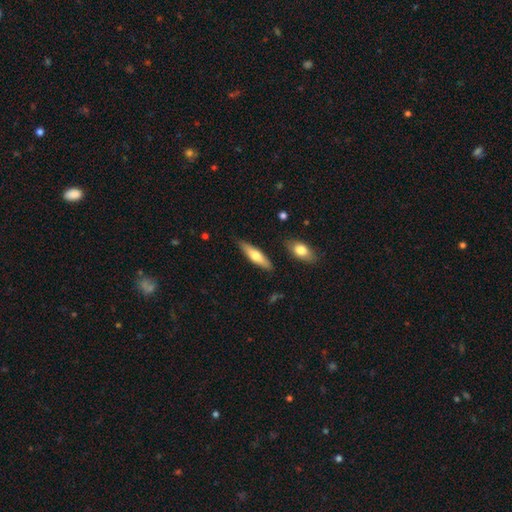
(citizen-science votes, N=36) Morphology: type=smooth (56%); roundness=cigar-shaped (60%); merging=none (88%).